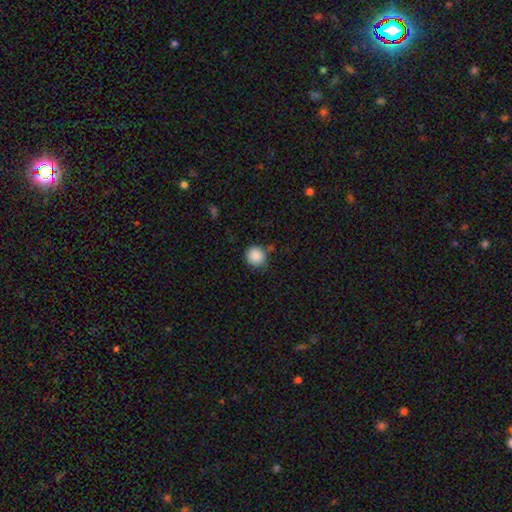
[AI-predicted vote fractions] Smooth or featured? Predicted: smooth (p=0.88). How rounded? Predicted: round (p=0.92). Merging? Predicted: none (p=0.76).